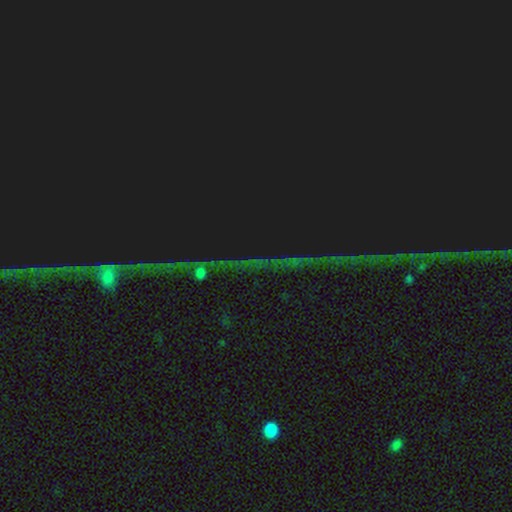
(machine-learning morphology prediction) A star or artifact, not a galaxy (81%).

Vote fractions:
- Smooth or featured? star or artifact: 81% / smooth: 10% / featured or disk: 9%